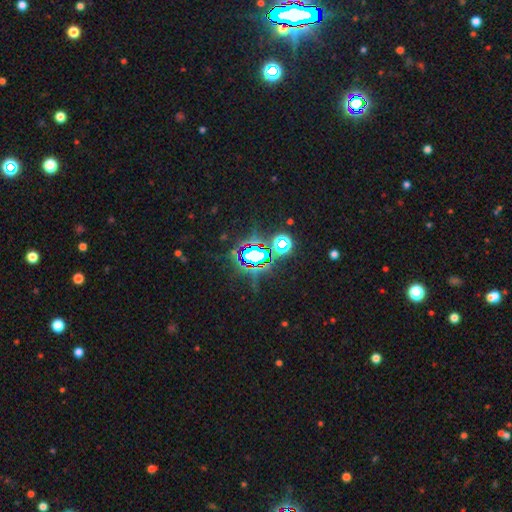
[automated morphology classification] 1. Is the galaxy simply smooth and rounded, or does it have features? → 78% star or artifact, 12% smooth, 10% featured or disk.